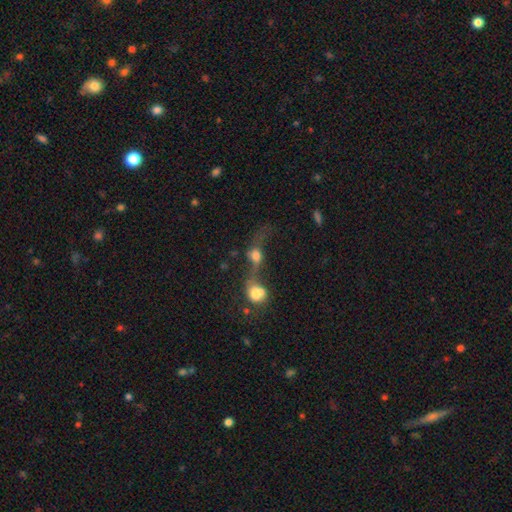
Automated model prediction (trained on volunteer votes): A smooth galaxy with no disk features (52%) that is round (48%). Merging: merger (62%).